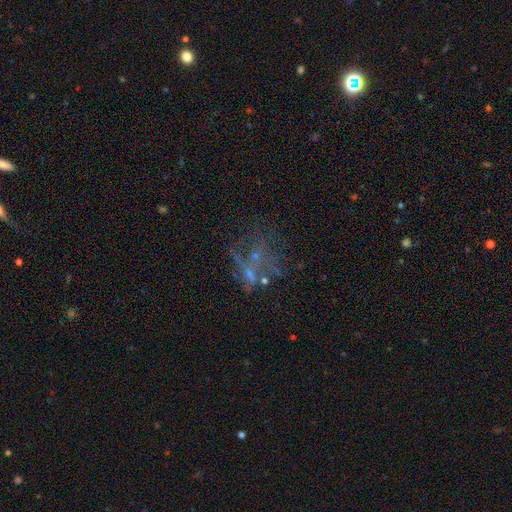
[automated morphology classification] Q: Smooth or featured?
A: featured or disk (48%); runner-up: star or artifact (32%)
Q: Merging?
A: none (41%); runner-up: major disturbance (32%)